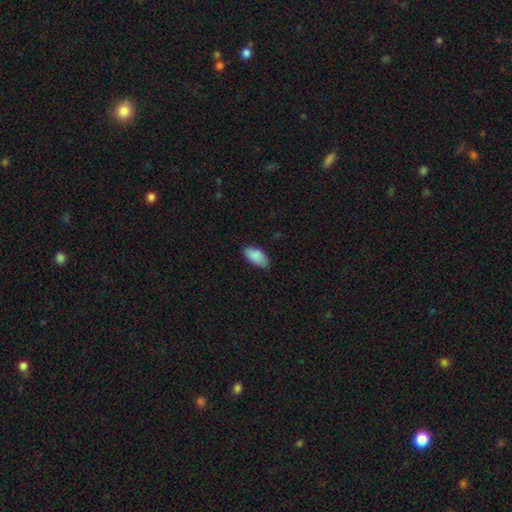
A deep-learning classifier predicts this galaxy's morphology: Smooth or featured?
  - smooth: 89% *
  - star or artifact: 6%
  - featured or disk: 5%
How rounded?
  - in between: 94% *
  - round: 3%
  - cigar-shaped: 3%
Merging?
  - none: 81% *
  - minor disturbance: 15%
  - major disturbance: 3%
  - merger: 1%